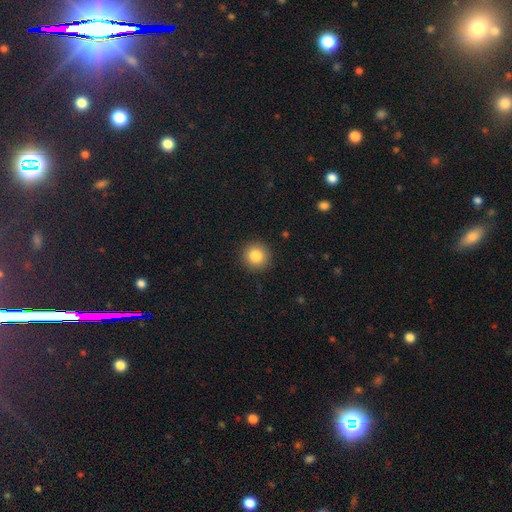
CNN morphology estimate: smooth 85%, star or artifact 10%, featured or disk 6%. Down the decision tree: how rounded — round (94%); merging — none (92%).